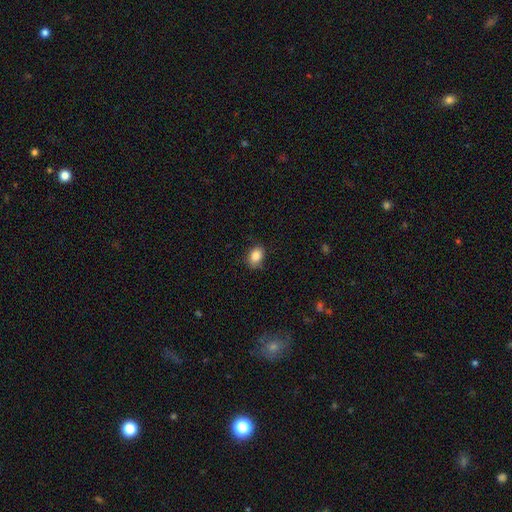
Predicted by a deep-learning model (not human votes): Q: Smooth or featured?
A: smooth (87%); runner-up: star or artifact (8%)
Q: How rounded?
A: in between (78%); runner-up: round (21%)
Q: Merging?
A: none (80%); runner-up: minor disturbance (16%)